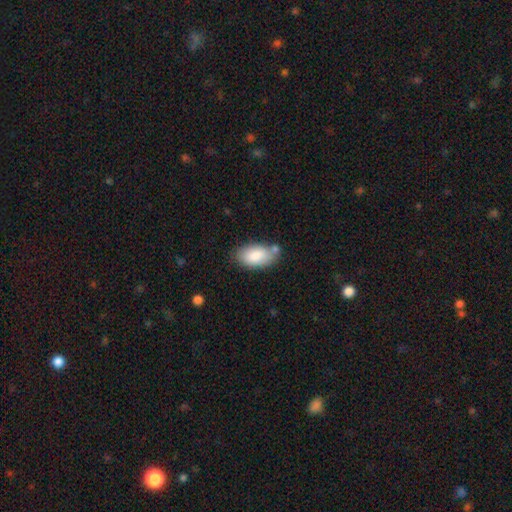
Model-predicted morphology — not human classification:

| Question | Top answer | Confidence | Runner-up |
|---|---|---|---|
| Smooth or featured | smooth | 84% | featured or disk (10%) |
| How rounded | in between | 94% | round (3%) |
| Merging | none | 66% | minor disturbance (18%) |